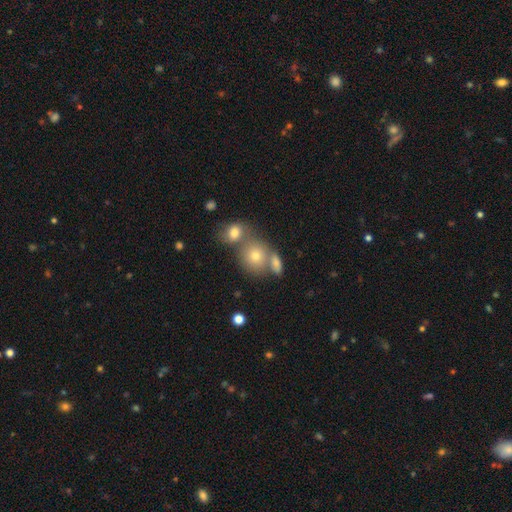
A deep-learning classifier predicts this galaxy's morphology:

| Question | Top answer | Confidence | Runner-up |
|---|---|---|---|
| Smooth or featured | smooth | 66% | featured or disk (17%) |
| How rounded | round | 69% | in between (29%) |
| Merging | none | 45% | merger (42%) |